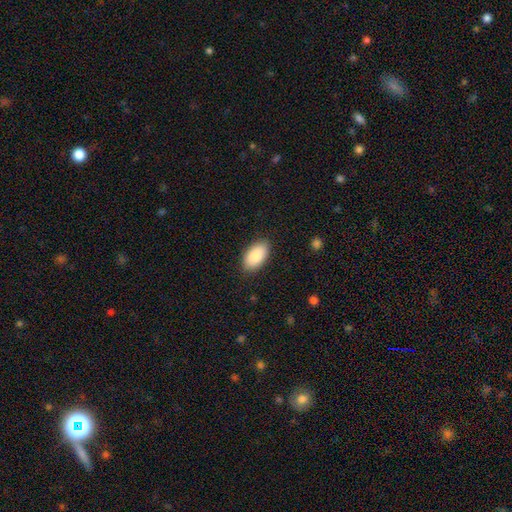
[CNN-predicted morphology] The model was most divided on "merging": none: 87%, minor disturbance: 10%, major disturbance: 2%, merger: 1%. More confident: how rounded — in between (95%); smooth or featured — smooth (90%).